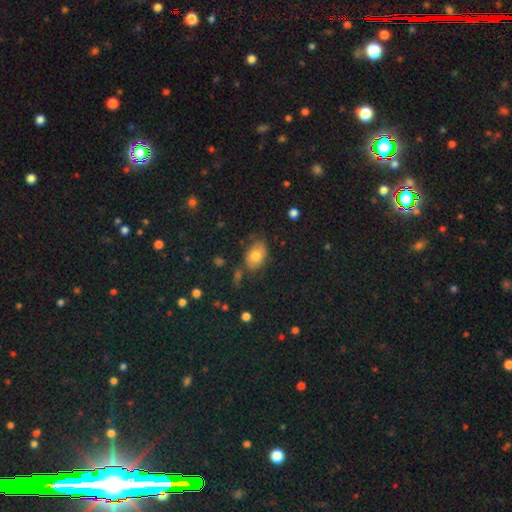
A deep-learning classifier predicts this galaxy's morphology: Smooth or featured: smooth — 69% (featured or disk — 21%)
How rounded: in between — 82% (round — 17%)
Merging: none — 68% (minor disturbance — 21%)